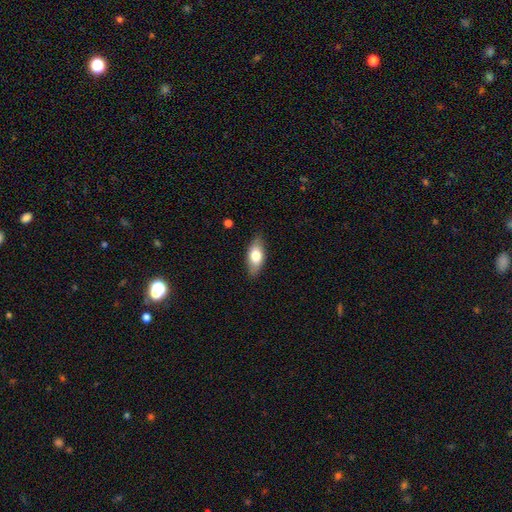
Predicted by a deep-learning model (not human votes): A smooth galaxy with no disk features (74%) that is in between round and cigar-shaped (86%).

Vote fractions:
- Smooth or featured? smooth: 74% / featured or disk: 19% / star or artifact: 6%
- How rounded? in between: 86% / cigar-shaped: 10% / round: 4%
- Merging? none: 84% / minor disturbance: 13% / major disturbance: 3% / merger: 1%